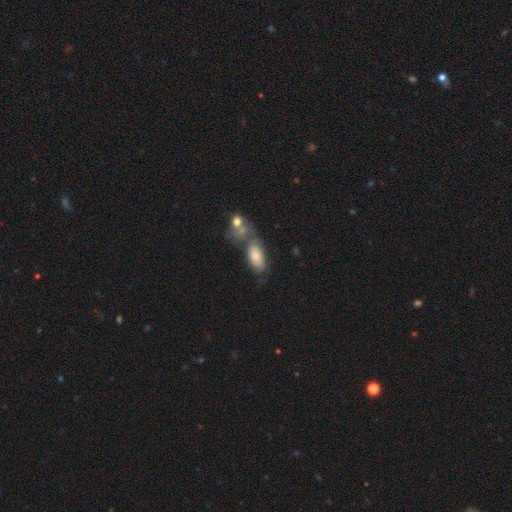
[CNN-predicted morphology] The model was most divided on "merging": merger: 36%, none: 34%, minor disturbance: 18%, major disturbance: 13%. More confident: how rounded — in between (89%); smooth or featured — smooth (60%).